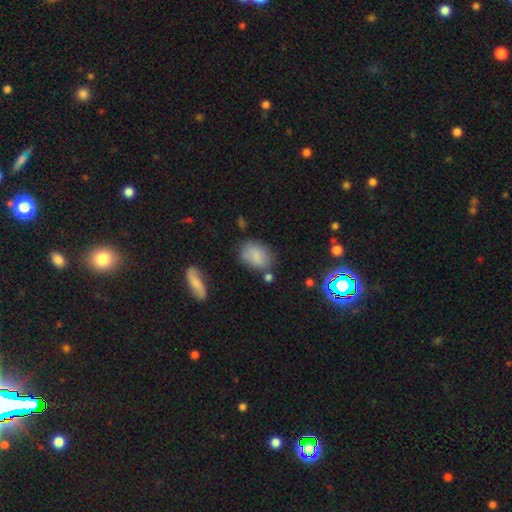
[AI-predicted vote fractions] smooth-or-featured: smooth: 81% | featured or disk: 10% | star or artifact: 9%
  how-rounded: in between: 83% | round: 16% | cigar-shaped: 2%
  merging: none: 64% | minor disturbance: 22% | merger: 7% | major disturbance: 6%